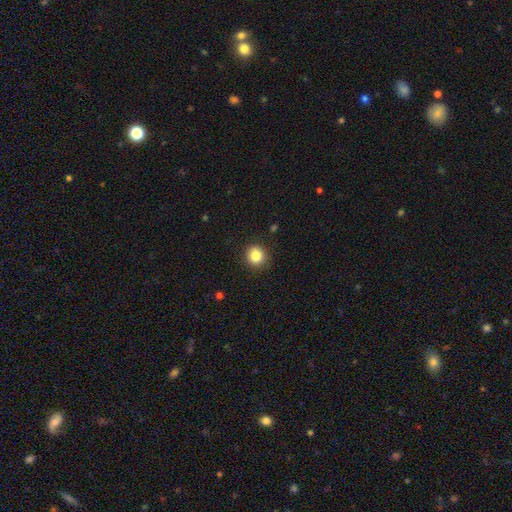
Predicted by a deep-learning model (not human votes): A smooth galaxy with no disk features (85%) that is round (88%).

Vote fractions:
- Smooth or featured? smooth: 85% / star or artifact: 10% / featured or disk: 5%
- How rounded? round: 88% / in between: 11% / cigar-shaped: 1%
- Merging? none: 89% / minor disturbance: 7% / major disturbance: 2% / merger: 1%